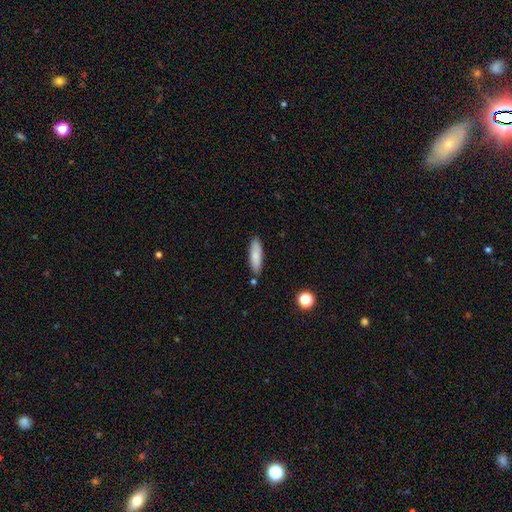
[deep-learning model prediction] Smooth or featured? smooth (82%)
How rounded? cigar-shaped (55%)
Merging? none (83%)